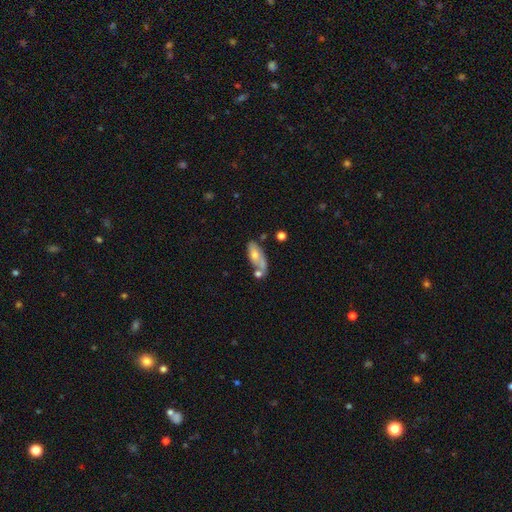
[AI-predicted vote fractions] Q: Smooth or featured?
A: smooth (59%); runner-up: featured or disk (34%)
Q: How rounded?
A: in between (77%); runner-up: cigar-shaped (20%)
Q: Merging?
A: none (39%); runner-up: merger (29%)